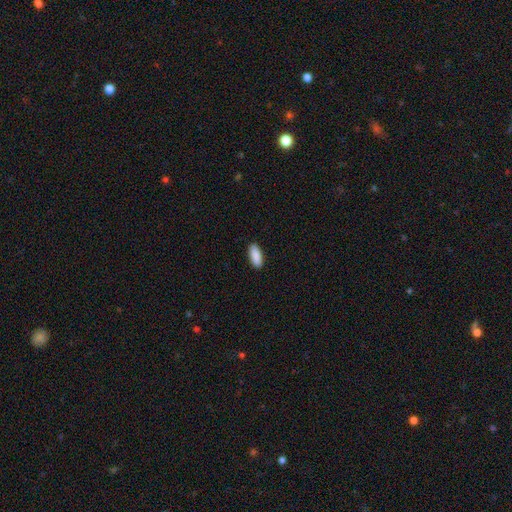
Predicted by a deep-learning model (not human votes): A smooth galaxy with no disk features (91%) that is in between round and cigar-shaped (78%).

Vote fractions:
- Smooth or featured? smooth: 91% / star or artifact: 6% / featured or disk: 3%
- How rounded? in between: 78% / cigar-shaped: 20% / round: 2%
- Merging? none: 90% / minor disturbance: 7% / major disturbance: 2% / merger: 1%